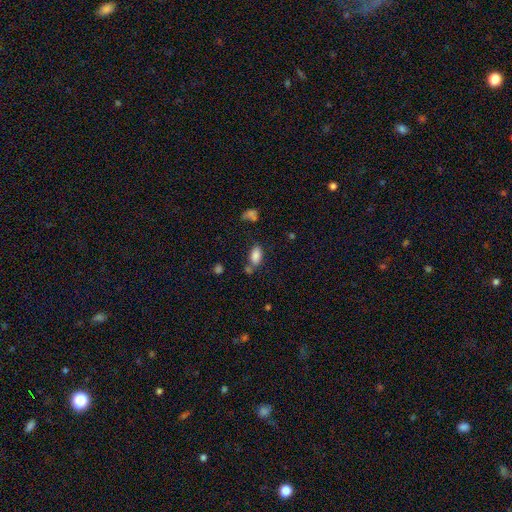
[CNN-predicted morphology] smooth_or_featured: smooth (p=0.83) [alt: star or artifact p=0.10]
how_rounded: in between (p=0.91) [alt: cigar-shaped p=0.05]
merging: none (p=0.58) [alt: merger p=0.20]